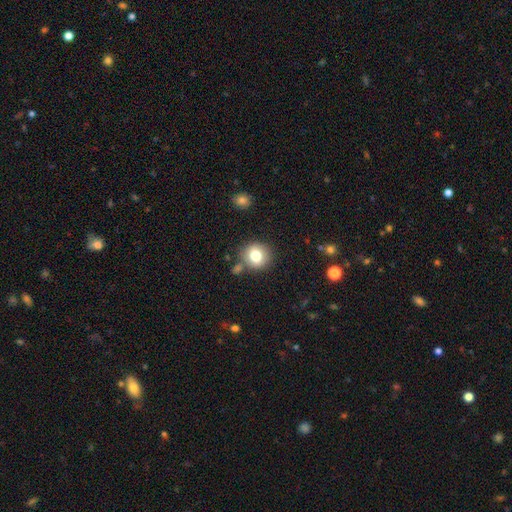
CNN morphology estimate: Smooth or featured?
  - smooth: 78% *
  - featured or disk: 12%
  - star or artifact: 11%
How rounded?
  - round: 87% *
  - in between: 12%
  - cigar-shaped: 1%
Merging?
  - none: 78% *
  - minor disturbance: 11%
  - merger: 7%
  - major disturbance: 3%